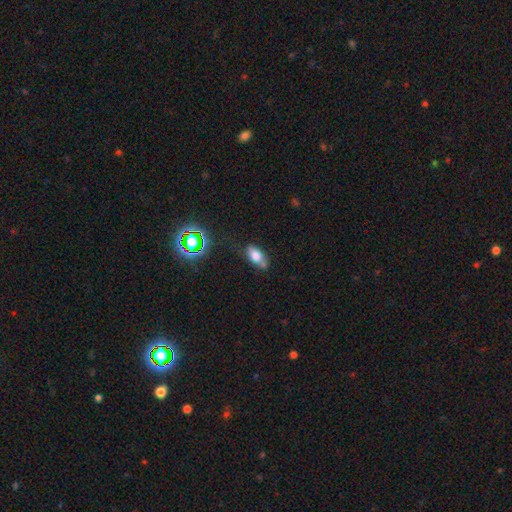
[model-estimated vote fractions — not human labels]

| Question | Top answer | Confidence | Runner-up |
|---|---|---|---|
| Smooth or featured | smooth | 70% | featured or disk (16%) |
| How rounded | in between | 87% | cigar-shaped (7%) |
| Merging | none | 57% | minor disturbance (25%) |